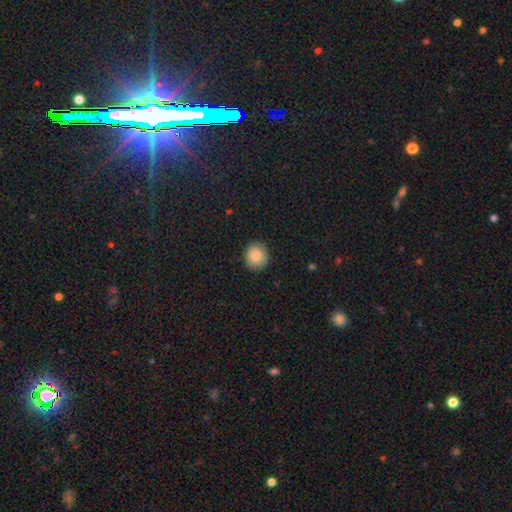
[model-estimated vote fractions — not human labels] A smooth galaxy with no disk features (87%) that is round (87%). Merging: none (88%).